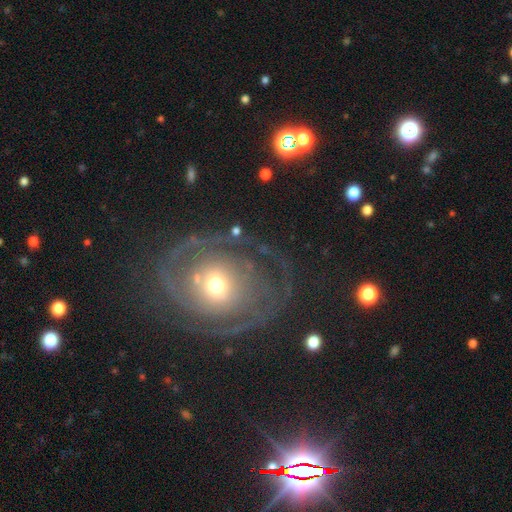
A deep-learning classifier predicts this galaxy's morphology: smooth-or-featured: featured or disk: 76% | smooth: 13% | star or artifact: 12%
  disk-edge-on: no: 96% | yes: 4%
    bar: no: 72% | weak: 20% | strong: 8%
    has-spiral-arms: yes: 80% | no: 20%
      spiral-winding: tight: 72% | medium: 21% | loose: 7%
      spiral-arm-count: can't tell: 44% | 2: 22% | 3: 12% | 4: 8% | 1: 7% | more than 4: 7%
    bulge-size: moderate: 55% | small: 37% | large: 6% | dominant: 1% | none: 1%
  merging: none: 75% | minor disturbance: 14% | major disturbance: 10% | merger: 2%